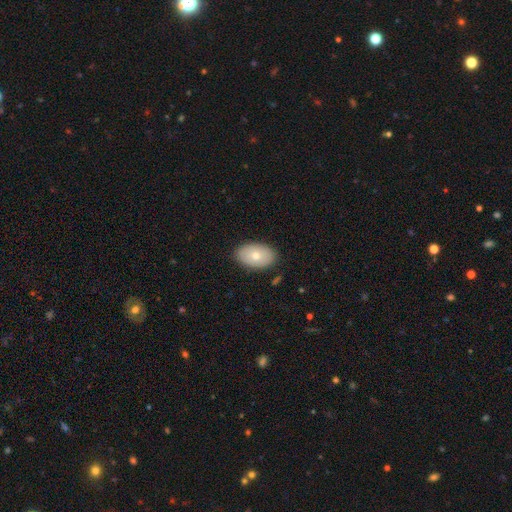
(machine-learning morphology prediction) A smooth galaxy with no disk features (73%) that is in between round and cigar-shaped (90%).

Vote fractions:
- Smooth or featured? smooth: 73% / featured or disk: 21% / star or artifact: 7%
- How rounded? in between: 90% / round: 9% / cigar-shaped: 1%
- Merging? none: 86% / minor disturbance: 10% / major disturbance: 2% / merger: 1%